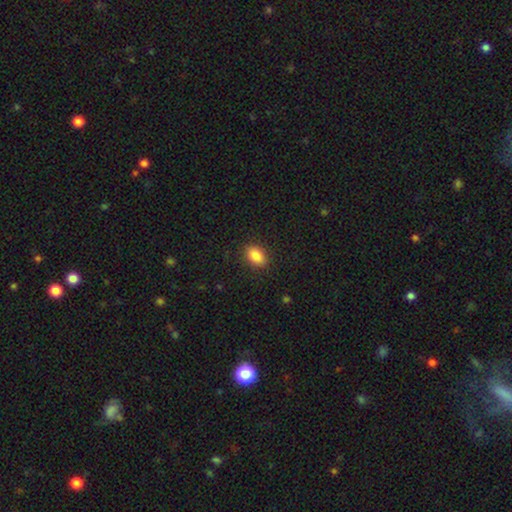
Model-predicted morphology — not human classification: This is clearly a smooth galaxy (87%). How rounded: clearly in between (85%). Merging: clearly none (88%).